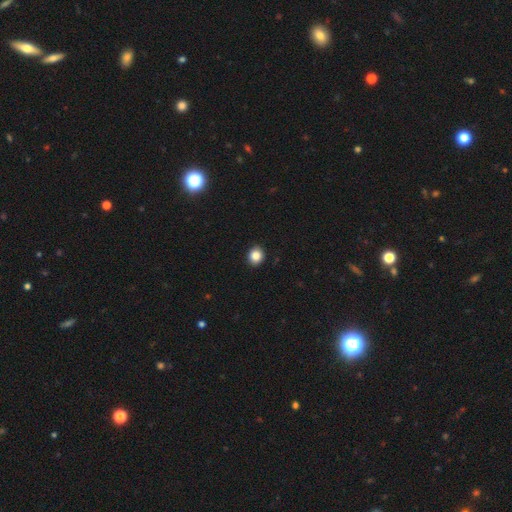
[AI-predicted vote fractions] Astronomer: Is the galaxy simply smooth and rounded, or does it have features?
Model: smooth — 86%.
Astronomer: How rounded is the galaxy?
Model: round — 79%.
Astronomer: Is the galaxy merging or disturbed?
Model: none — 92%.